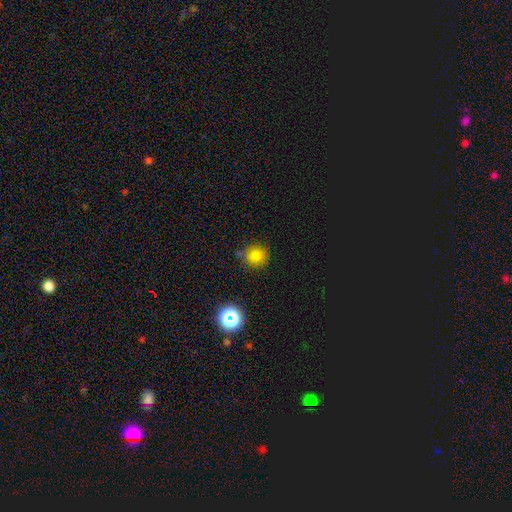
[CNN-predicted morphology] Q: Smooth or featured?
A: smooth (77%); runner-up: star or artifact (17%)
Q: How rounded?
A: round (89%); runner-up: in between (10%)
Q: Merging?
A: none (77%); runner-up: minor disturbance (14%)